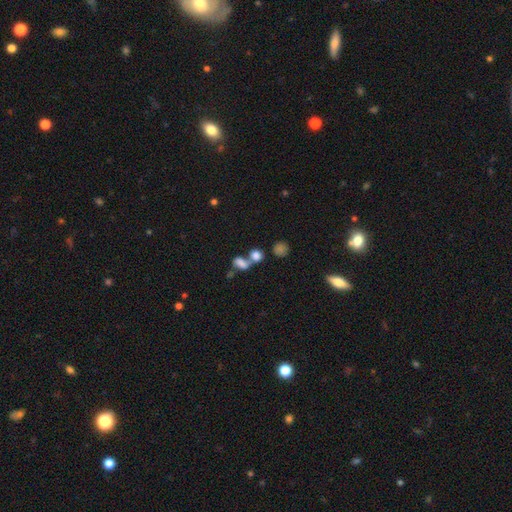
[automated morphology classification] A smooth galaxy with no disk features (75%) that is in between round and cigar-shaped (51%). Merging: merger (58%).